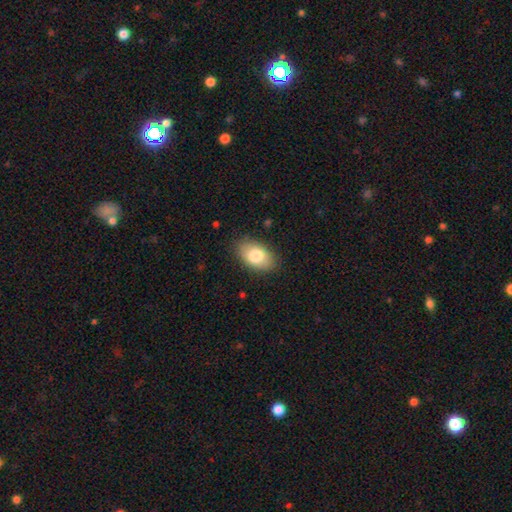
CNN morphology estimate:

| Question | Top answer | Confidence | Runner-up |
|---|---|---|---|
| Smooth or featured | smooth | 82% | featured or disk (12%) |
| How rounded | in between | 91% | round (7%) |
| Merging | none | 84% | minor disturbance (12%) |